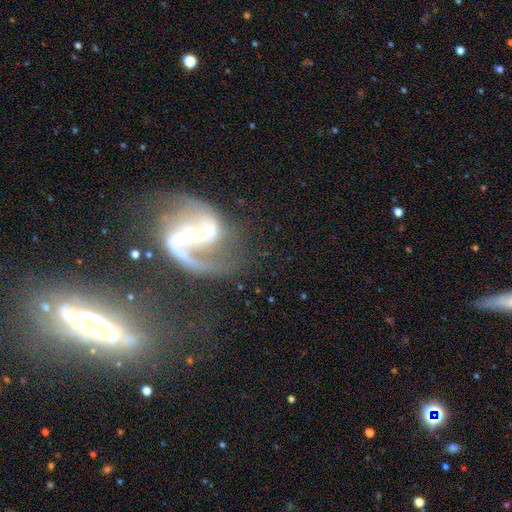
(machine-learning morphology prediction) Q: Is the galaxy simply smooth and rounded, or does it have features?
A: featured or disk — 85%.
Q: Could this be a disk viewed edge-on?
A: no — 97%.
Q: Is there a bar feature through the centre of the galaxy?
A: strong — 45%.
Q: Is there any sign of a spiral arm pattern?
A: yes — 93%.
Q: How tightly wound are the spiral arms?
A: loose — 53%.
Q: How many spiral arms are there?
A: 2 — 85%.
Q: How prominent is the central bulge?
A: small — 51%.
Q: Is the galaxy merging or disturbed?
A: none — 47%.